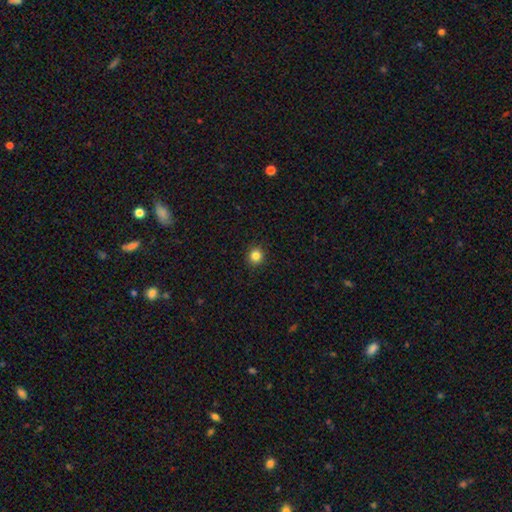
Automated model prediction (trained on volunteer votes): Smooth or featured? smooth (84%)
How rounded? round (91%)
Merging? none (92%)